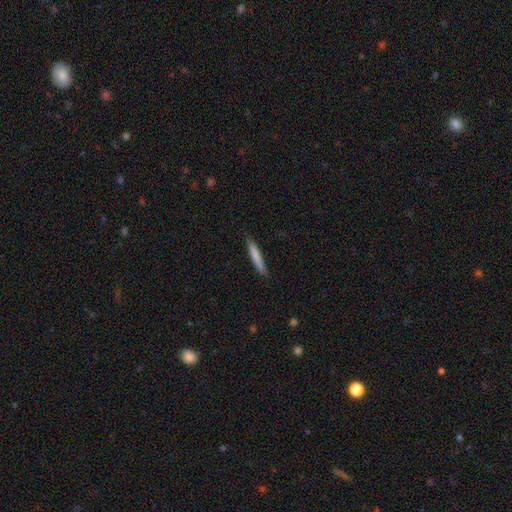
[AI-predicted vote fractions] Overall: smooth (75%). How rounded: cigar-shaped (95%). Merging: none (85%).